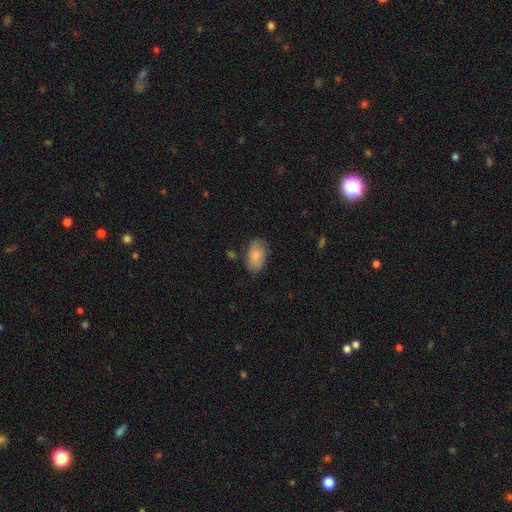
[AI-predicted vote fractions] A smooth galaxy with no disk features (80%) that is in between round and cigar-shaped (92%). Merging: none (76%).